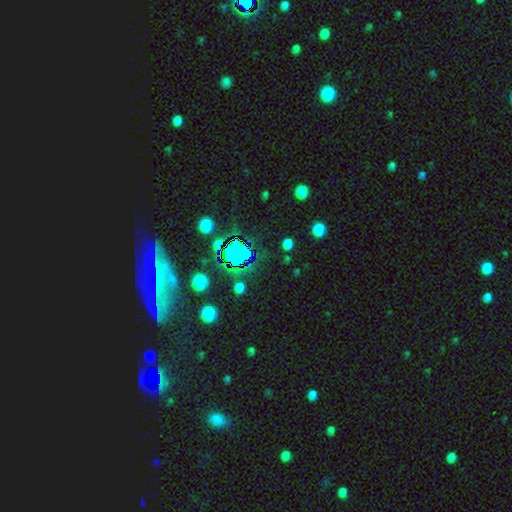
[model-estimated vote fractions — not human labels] Smooth or featured? star or artifact (67%)